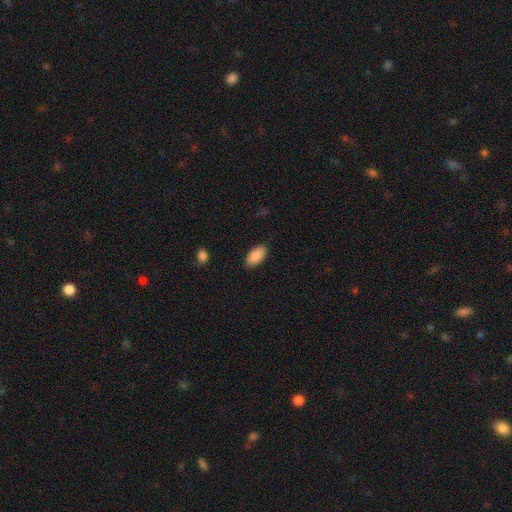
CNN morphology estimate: This is clearly a smooth galaxy (90%). How rounded: clearly in between (95%). Merging: clearly none (88%).